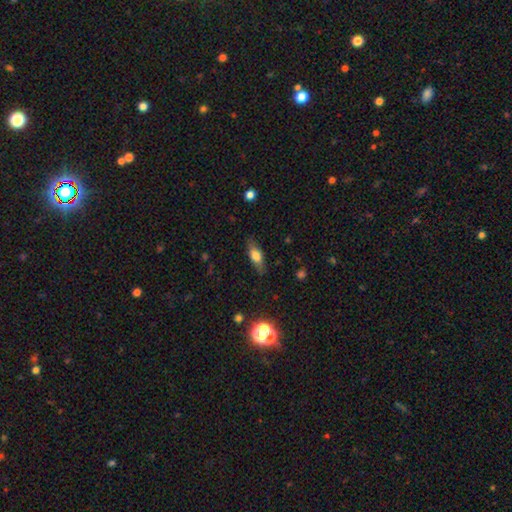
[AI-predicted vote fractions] Smooth or featured? Predicted: smooth (p=0.66). How rounded? Predicted: in between (p=0.65). Merging? Predicted: none (p=0.81).